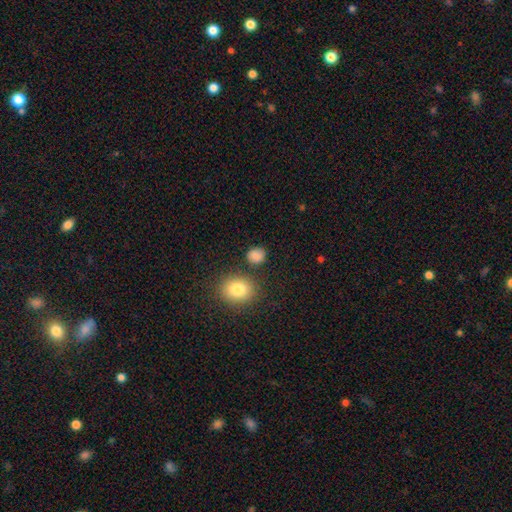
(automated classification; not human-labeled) Smooth or featured?
  - smooth: 85% *
  - star or artifact: 11%
  - featured or disk: 4%
How rounded?
  - round: 71% *
  - in between: 28%
  - cigar-shaped: 1%
Merging?
  - none: 81% *
  - minor disturbance: 11%
  - merger: 5%
  - major disturbance: 4%